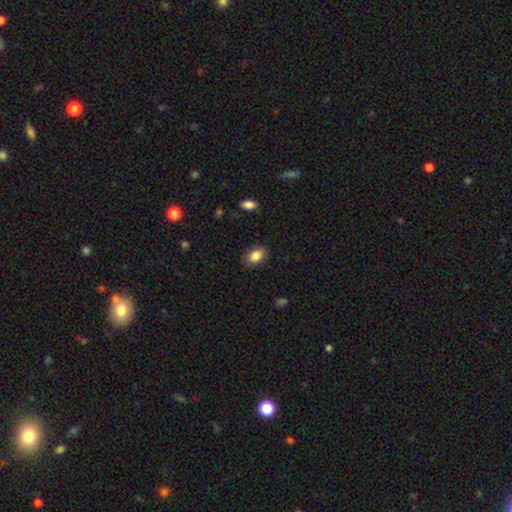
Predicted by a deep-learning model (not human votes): smooth_or_featured: smooth (p=0.86) [alt: star or artifact p=0.08]
how_rounded: in between (p=0.86) [alt: round p=0.12]
merging: none (p=0.87) [alt: minor disturbance p=0.10]